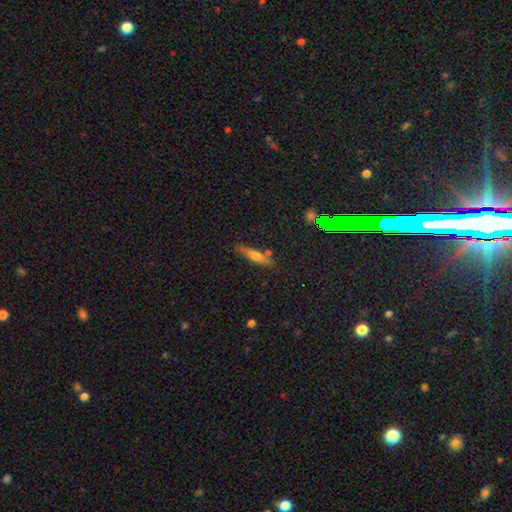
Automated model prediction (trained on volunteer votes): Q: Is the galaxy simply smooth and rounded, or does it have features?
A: smooth — 47%.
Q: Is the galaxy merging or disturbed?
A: none — 79%.